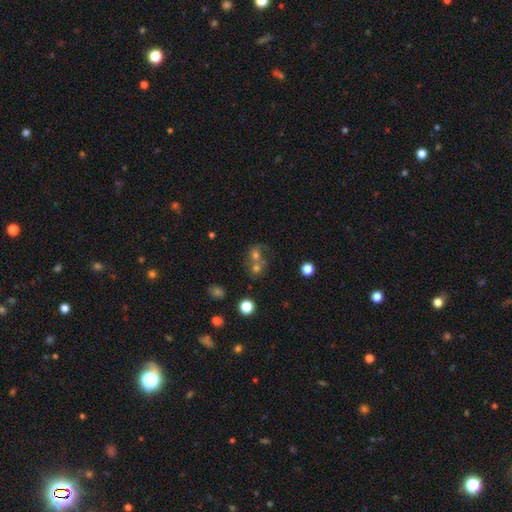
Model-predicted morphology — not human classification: type=smooth (50%); merging=merger (55%).